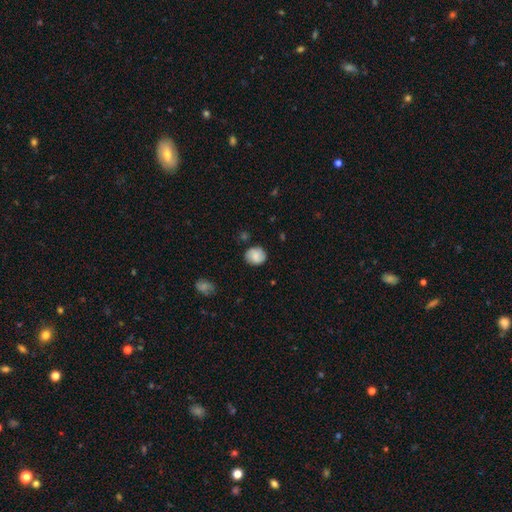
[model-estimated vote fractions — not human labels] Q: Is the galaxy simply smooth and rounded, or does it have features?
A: smooth — 67%.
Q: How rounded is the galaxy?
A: round — 70%.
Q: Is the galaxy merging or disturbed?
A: none — 78%.